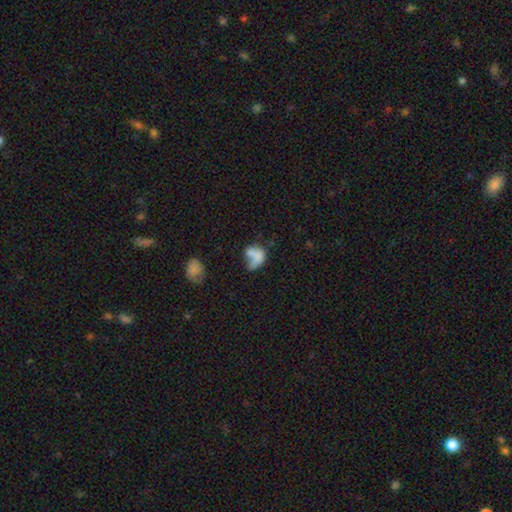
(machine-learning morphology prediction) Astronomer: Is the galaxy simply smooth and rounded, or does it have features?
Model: smooth — 65%.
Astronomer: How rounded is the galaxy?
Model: in between — 71%.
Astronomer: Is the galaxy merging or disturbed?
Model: merger — 30% (runner-up: major disturbance, 29%).